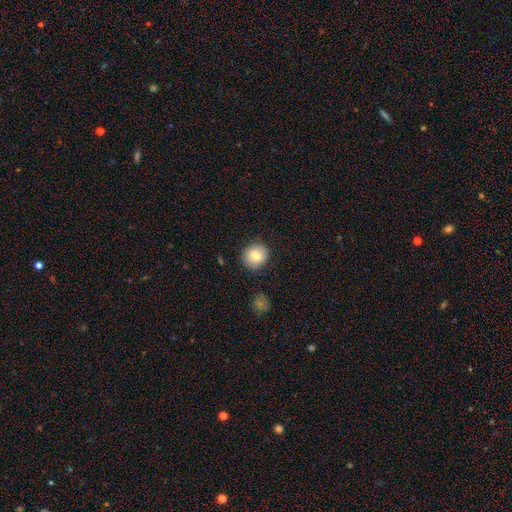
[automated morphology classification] smooth-or-featured: smooth: 80% | featured or disk: 11% | star or artifact: 9%
  how-rounded: round: 90% | in between: 10% | cigar-shaped: 1%
  merging: none: 87% | minor disturbance: 9% | major disturbance: 2% | merger: 2%